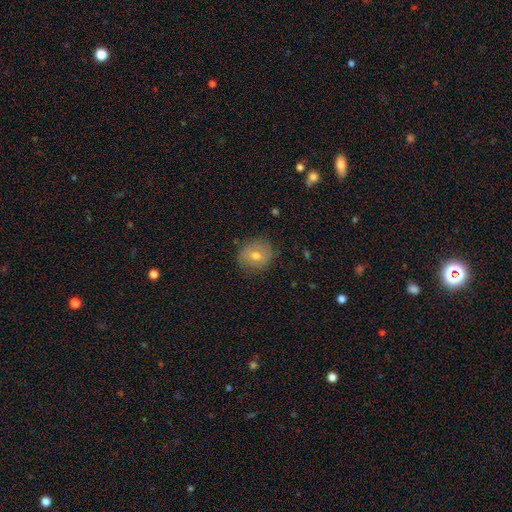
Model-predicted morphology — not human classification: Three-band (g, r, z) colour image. It shows a smooth galaxy with no disk features (59%) that is round (77%). Merging: none (83%).